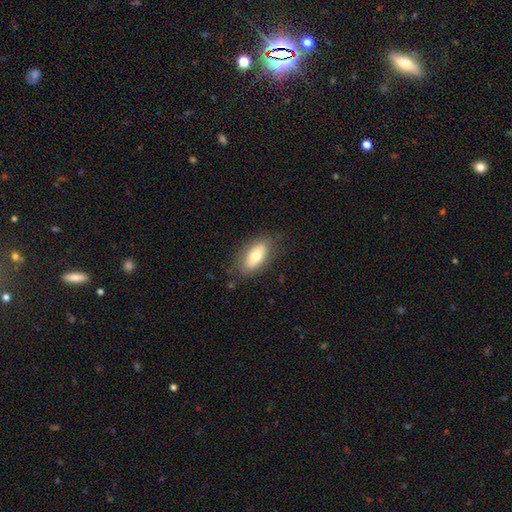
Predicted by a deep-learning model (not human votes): Overall: smooth (67%). How rounded: in between (88%). Merging: none (79%).